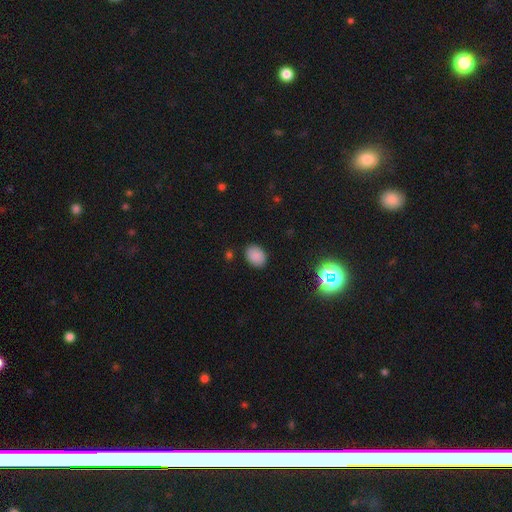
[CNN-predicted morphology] Q: Smooth or featured?
A: smooth (83%); runner-up: star or artifact (12%)
Q: How rounded?
A: in between (70%); runner-up: round (29%)
Q: Merging?
A: none (85%); runner-up: minor disturbance (11%)